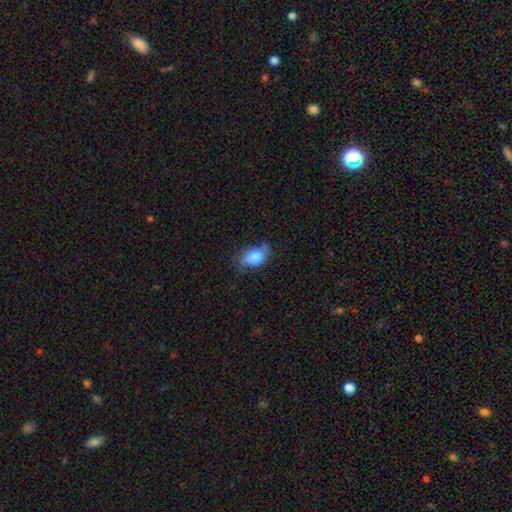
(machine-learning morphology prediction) type=smooth (76%); roundness=in between (82%); merging=none (52%).